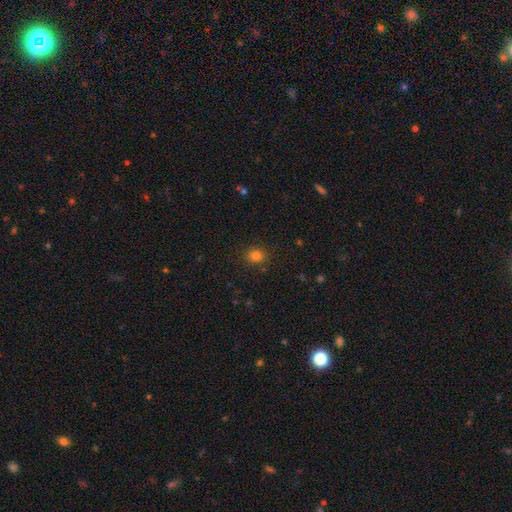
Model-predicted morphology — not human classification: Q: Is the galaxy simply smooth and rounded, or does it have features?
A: smooth — 81%.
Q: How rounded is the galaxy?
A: round — 74%.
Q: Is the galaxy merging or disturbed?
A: none — 88%.